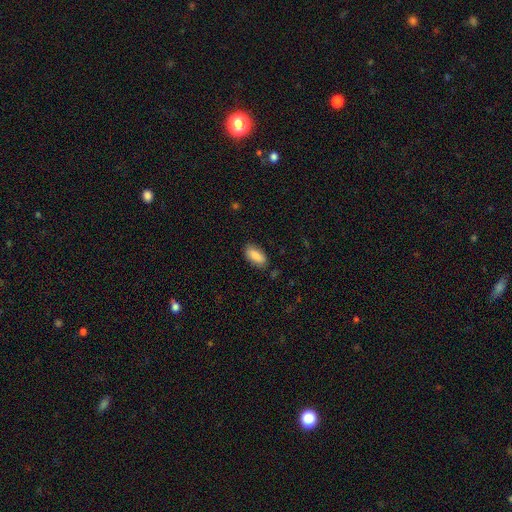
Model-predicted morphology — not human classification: Smooth or featured? Predicted: smooth (p=0.87). How rounded? Predicted: in between (p=0.88). Merging? Predicted: none (p=0.84).